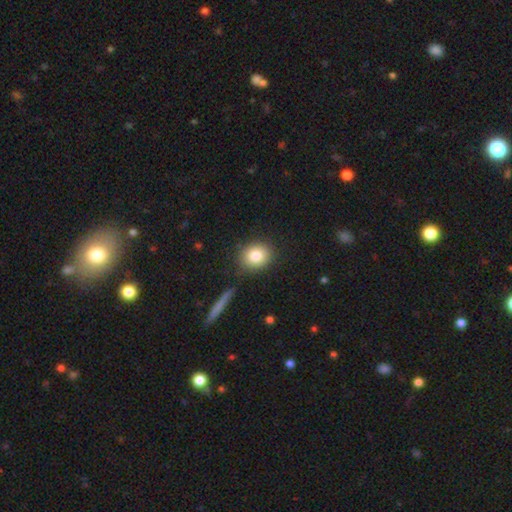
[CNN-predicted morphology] This is clearly a smooth galaxy (82%). How rounded: likely round (72%). Merging: clearly none (84%).